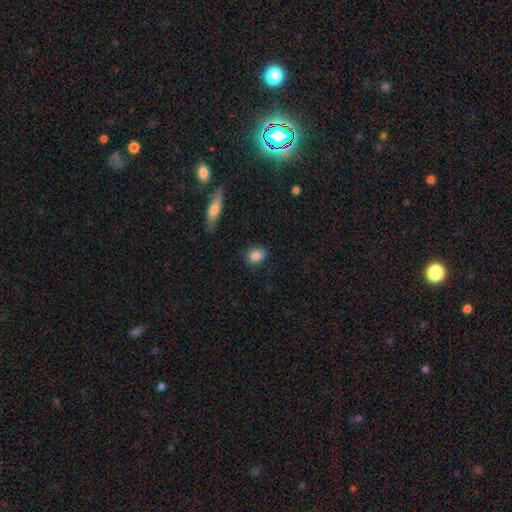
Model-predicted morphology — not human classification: This is clearly a smooth galaxy (86%). How rounded: likely round (61%). Merging: clearly none (84%).